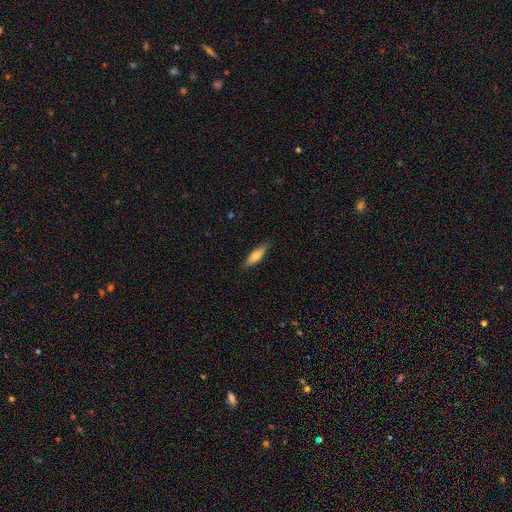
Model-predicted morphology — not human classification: smooth-or-featured: smooth: 67% | featured or disk: 27% | star or artifact: 6%
  how-rounded: cigar-shaped: 54% | in between: 44% | round: 2%
  merging: none: 85% | minor disturbance: 12% | major disturbance: 2% | merger: 1%